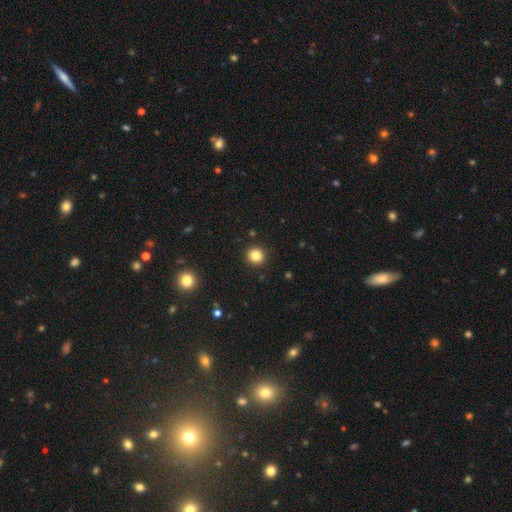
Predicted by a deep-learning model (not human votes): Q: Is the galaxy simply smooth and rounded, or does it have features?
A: smooth — 83%.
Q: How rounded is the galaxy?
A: round — 94%.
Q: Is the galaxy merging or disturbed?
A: none — 93%.